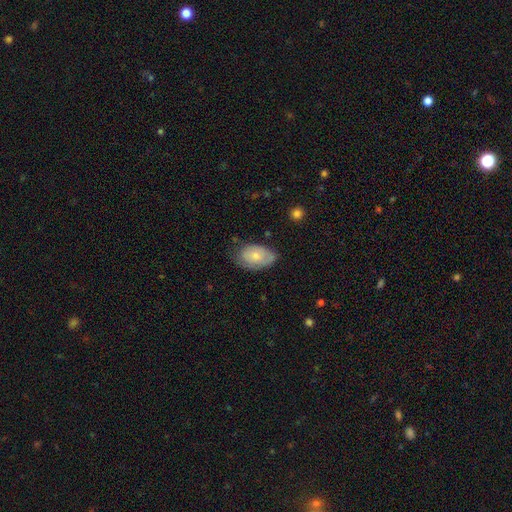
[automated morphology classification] Smooth or featured: smooth — 68% (featured or disk — 25%)
How rounded: in between — 89% (round — 10%)
Merging: none — 61% (minor disturbance — 30%)